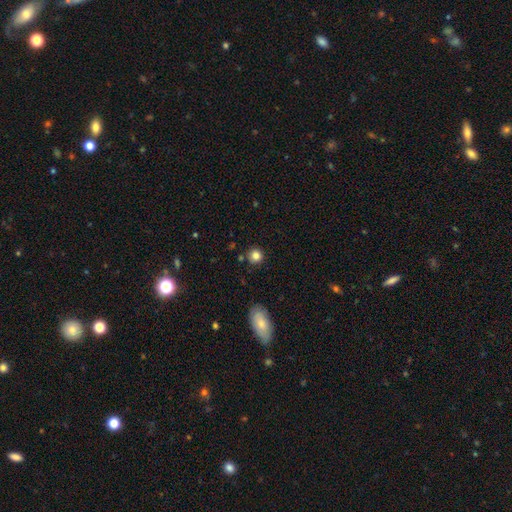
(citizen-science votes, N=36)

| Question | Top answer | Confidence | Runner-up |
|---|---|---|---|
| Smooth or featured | smooth | 83% | featured or disk (8%) |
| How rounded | round | 87% | in between (13%) |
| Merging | none | 79% | minor disturbance (18%) |